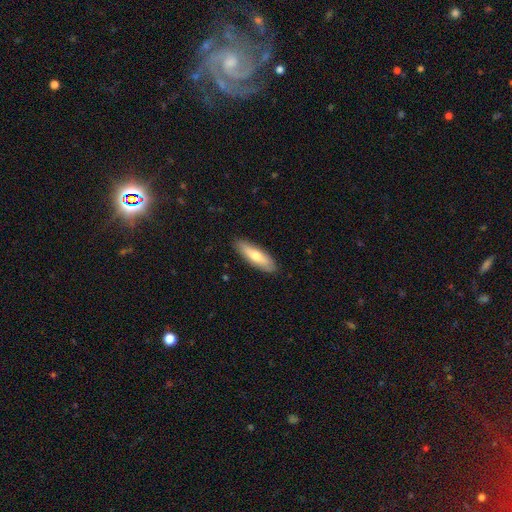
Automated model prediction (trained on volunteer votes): This appears to be a smooth galaxy with no disk features (67%) that is cigar-shaped (60%). Merging: none (88%).